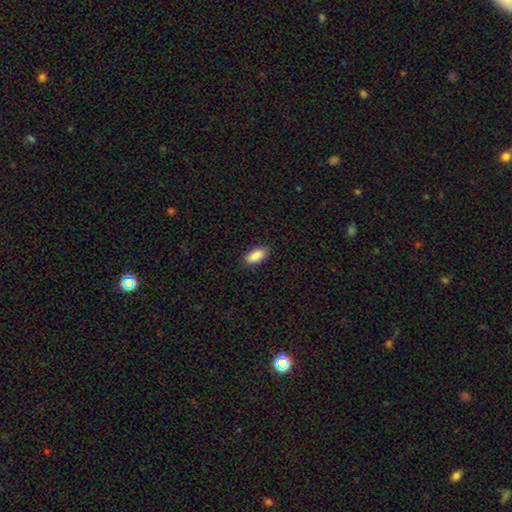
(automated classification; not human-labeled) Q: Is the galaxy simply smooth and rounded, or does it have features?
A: smooth — 90%.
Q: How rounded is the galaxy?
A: in between — 92%.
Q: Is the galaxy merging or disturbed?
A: none — 89%.